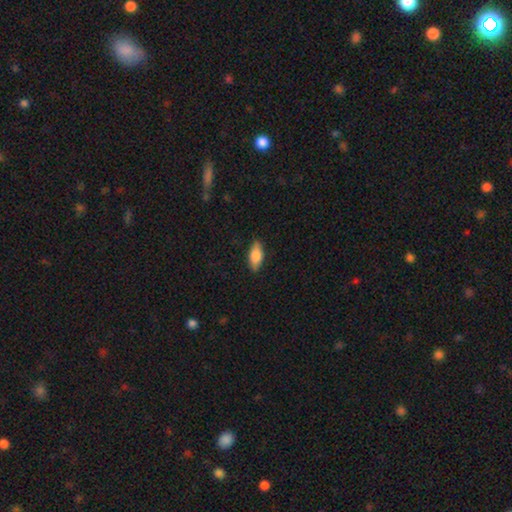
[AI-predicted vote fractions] smooth-or-featured: smooth: 79% | featured or disk: 15% | star or artifact: 6%
  how-rounded: in between: 83% | cigar-shaped: 14% | round: 3%
  merging: none: 87% | minor disturbance: 10% | major disturbance: 2% | merger: 1%